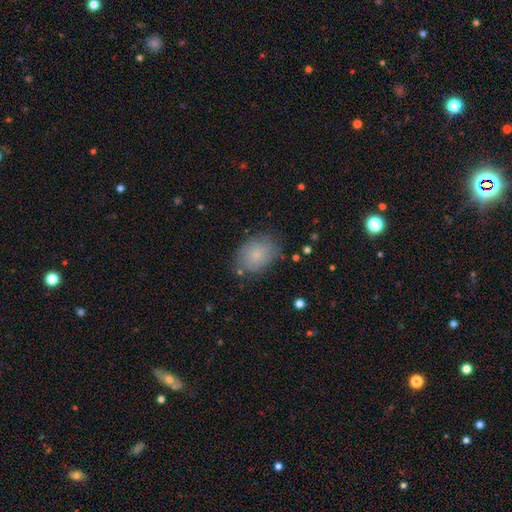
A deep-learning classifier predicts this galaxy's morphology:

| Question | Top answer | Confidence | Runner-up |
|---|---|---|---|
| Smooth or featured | smooth | 72% | featured or disk (20%) |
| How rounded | in between | 73% | round (26%) |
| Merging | none | 70% | minor disturbance (22%) |